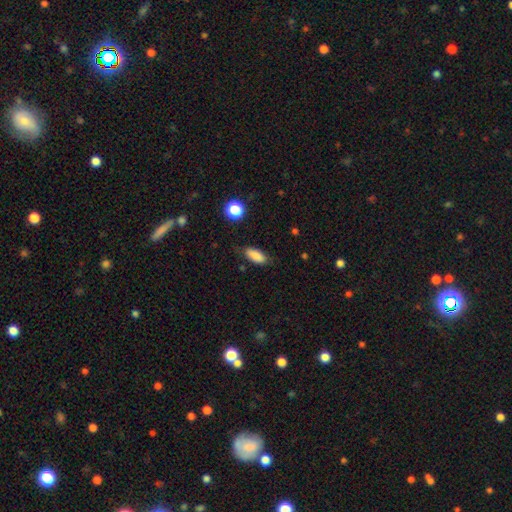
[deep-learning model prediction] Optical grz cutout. It shows a smooth galaxy with no disk features (85%) that is in between round and cigar-shaped (85%). Merging: none (76%).